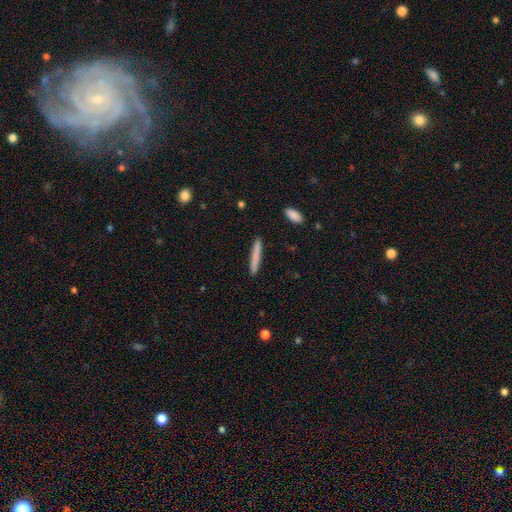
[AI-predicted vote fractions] Q: Smooth or featured?
A: smooth (77%); runner-up: featured or disk (17%)
Q: How rounded?
A: cigar-shaped (95%); runner-up: in between (3%)
Q: Merging?
A: none (91%); runner-up: minor disturbance (6%)